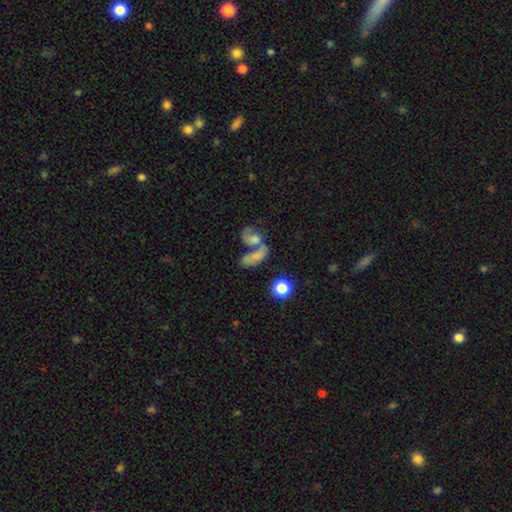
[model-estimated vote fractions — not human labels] Smooth or featured? Predicted: smooth (p=0.59). How rounded? Predicted: in between (p=0.72). Merging? Predicted: merger (p=0.62).